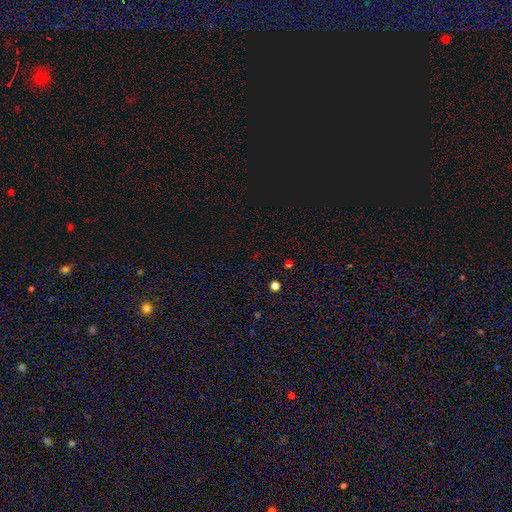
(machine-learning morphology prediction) Overall: star or artifact (65%; smooth 29%).